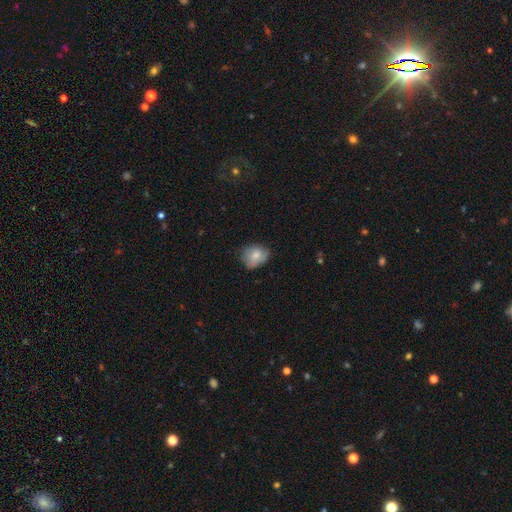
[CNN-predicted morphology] smooth-or-featured: smooth: 73% | featured or disk: 19% | star or artifact: 8%
  how-rounded: in between: 50% | round: 49% | cigar-shaped: 1%
  merging: none: 62% | minor disturbance: 30% | major disturbance: 7% | merger: 1%